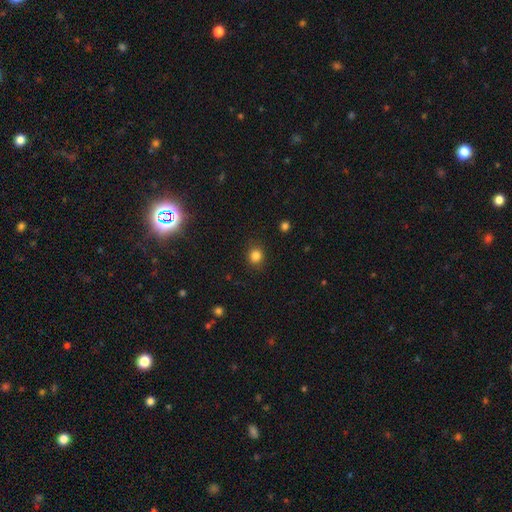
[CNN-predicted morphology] The model was most divided on "how rounded": round: 81%, in between: 18%, cigar-shaped: 1%. More confident: merging — none (88%); smooth or featured — smooth (84%).